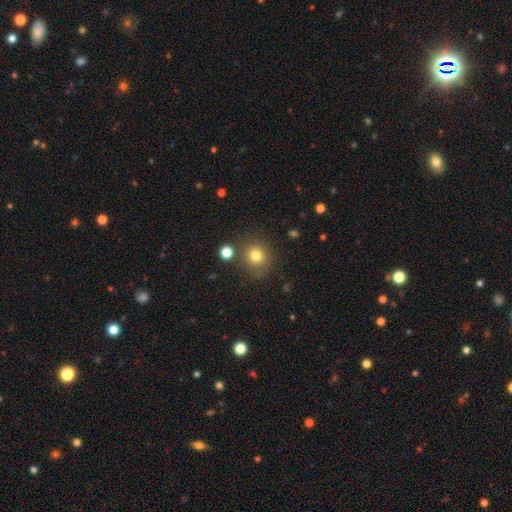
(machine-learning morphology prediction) type=smooth (79%); roundness=round (85%); merging=none (78%).